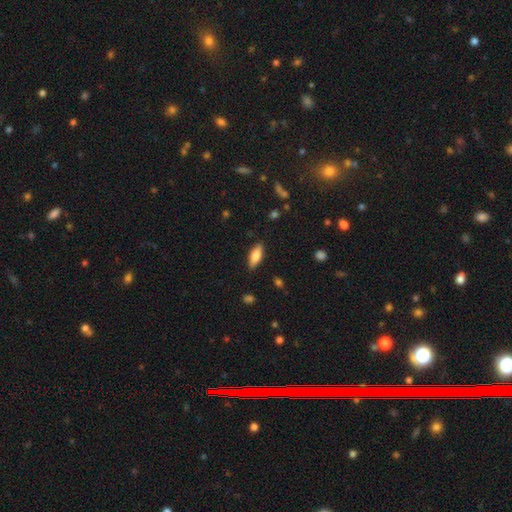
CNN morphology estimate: smooth 72%, featured or disk 21%, star or artifact 7%. Down the decision tree: how rounded — in between (71%); merging — none (86%).